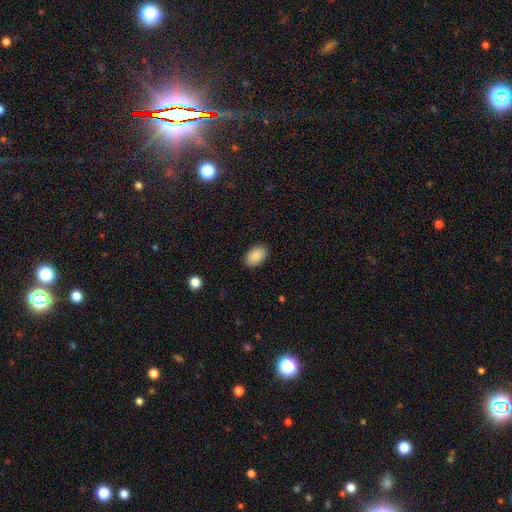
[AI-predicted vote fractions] Q: Smooth or featured?
A: smooth (90%); runner-up: star or artifact (7%)
Q: How rounded?
A: in between (92%); runner-up: round (7%)
Q: Merging?
A: none (89%); runner-up: minor disturbance (8%)